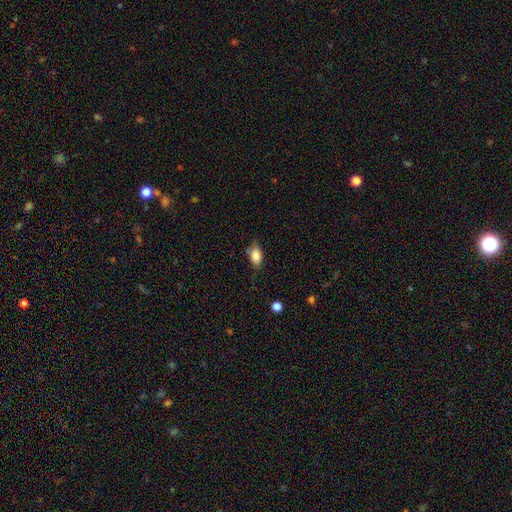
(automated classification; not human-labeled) Morphology: type=smooth (84%); roundness=in between (88%); merging=none (74%).